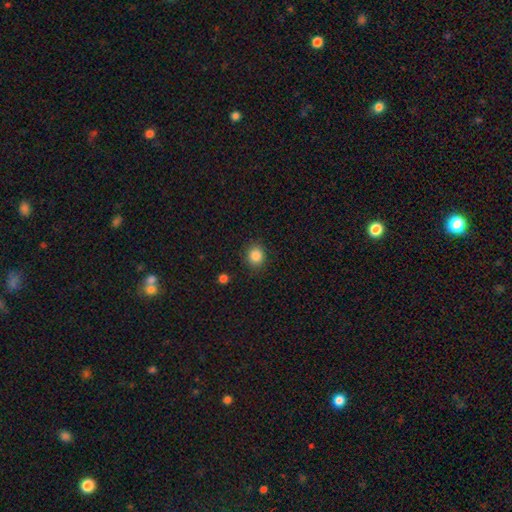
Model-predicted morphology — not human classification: smooth 85%, star or artifact 10%, featured or disk 4%. Down the decision tree: how rounded — round (84%); merging — none (88%).